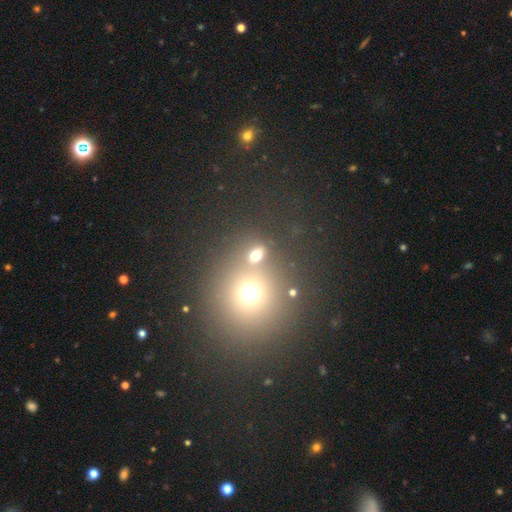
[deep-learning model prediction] Morphology: type=smooth (66%); roundness=round (63%); merging=none (58%).